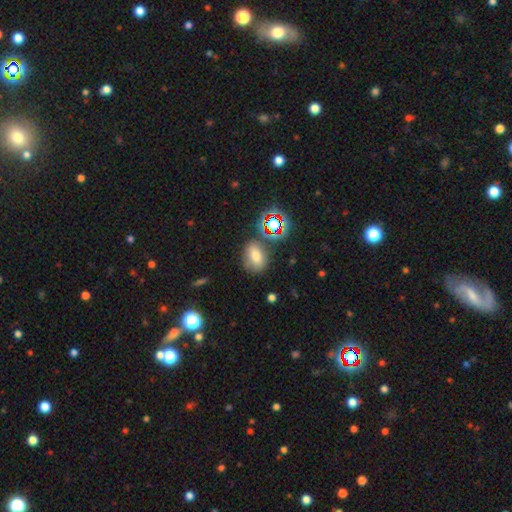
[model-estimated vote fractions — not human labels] smooth 63%, star or artifact 22%, featured or disk 15%. Down the decision tree: how rounded — in between (68%); merging — none (71%).